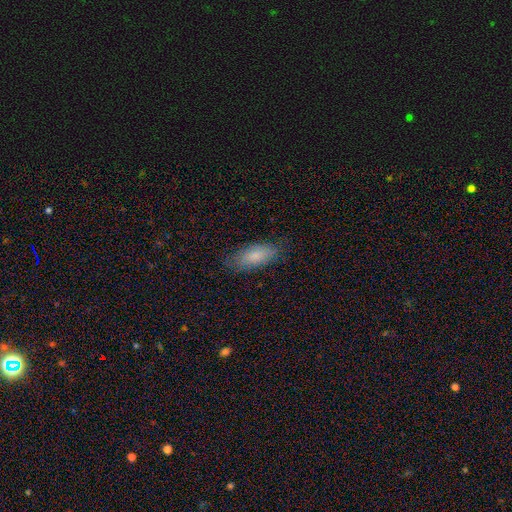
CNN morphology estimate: Q: Smooth or featured?
A: smooth (81%); runner-up: featured or disk (12%)
Q: How rounded?
A: in between (80%); runner-up: cigar-shaped (18%)
Q: Merging?
A: none (79%); runner-up: minor disturbance (16%)